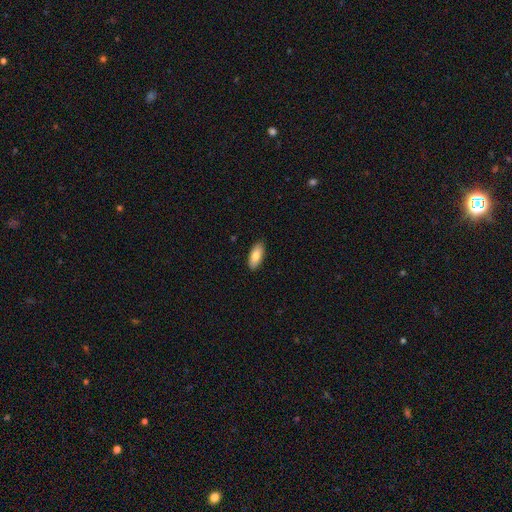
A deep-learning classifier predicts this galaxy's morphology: Smooth or featured? Predicted: smooth (p=0.81). How rounded? Predicted: in between (p=0.85). Merging? Predicted: none (p=0.89).